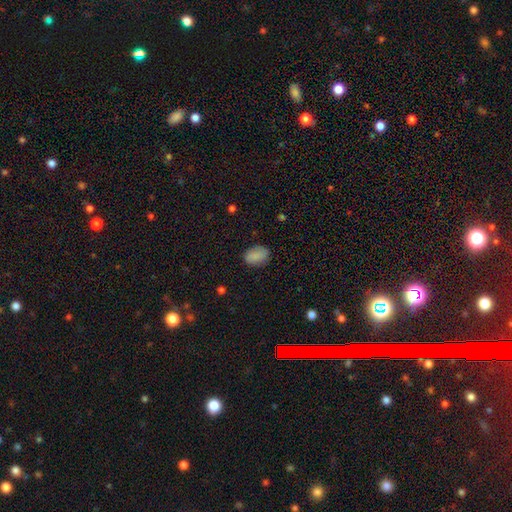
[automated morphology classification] This is clearly a smooth galaxy (87%). How rounded: clearly in between (84%). Merging: clearly none (84%).